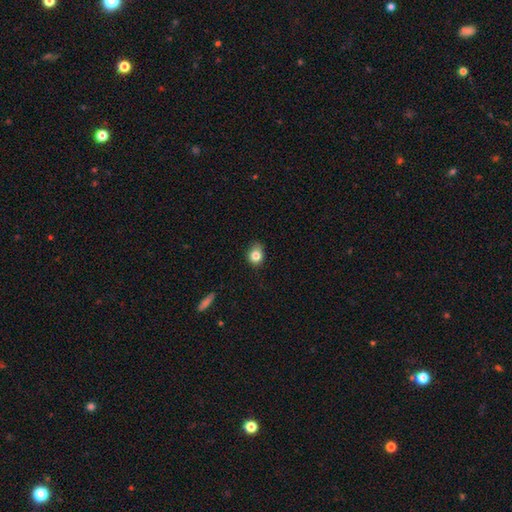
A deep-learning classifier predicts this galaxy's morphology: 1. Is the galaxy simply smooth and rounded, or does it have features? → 82% smooth, 11% star or artifact, 7% featured or disk.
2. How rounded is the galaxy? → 61% round, 38% in between, 1% cigar-shaped.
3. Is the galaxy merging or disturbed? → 67% none, 26% minor disturbance, 5% major disturbance, 1% merger.